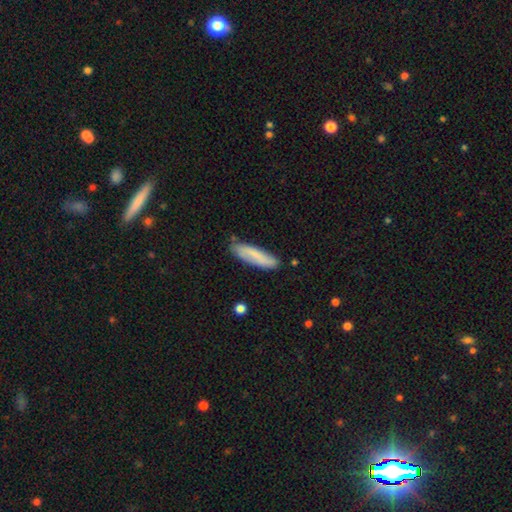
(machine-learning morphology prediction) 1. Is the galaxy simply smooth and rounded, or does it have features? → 73% smooth, 21% featured or disk, 6% star or artifact.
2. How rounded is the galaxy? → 69% cigar-shaped, 30% in between, 2% round.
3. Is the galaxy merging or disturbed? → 78% none, 17% minor disturbance, 3% major disturbance, 2% merger.